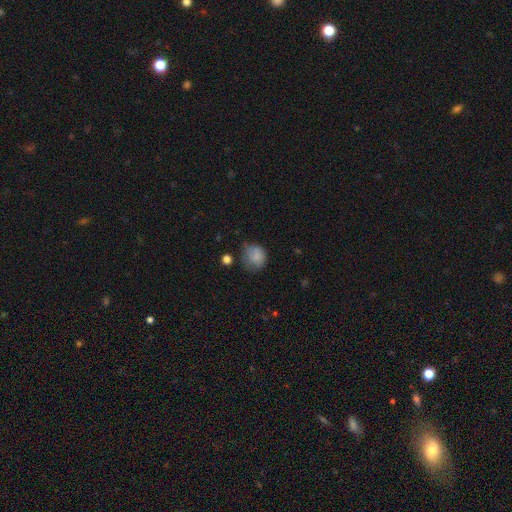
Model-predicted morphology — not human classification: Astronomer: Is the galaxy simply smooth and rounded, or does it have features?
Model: smooth — 80%.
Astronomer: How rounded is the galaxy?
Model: round — 68%.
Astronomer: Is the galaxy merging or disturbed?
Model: none — 45% (runner-up: minor disturbance, 36%).